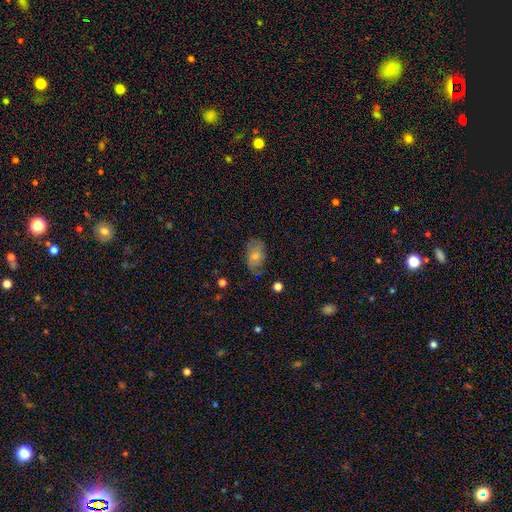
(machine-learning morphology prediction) Q: Smooth or featured?
A: smooth (59%); runner-up: featured or disk (28%)
Q: How rounded?
A: in between (87%); runner-up: round (10%)
Q: Merging?
A: none (76%); runner-up: minor disturbance (18%)